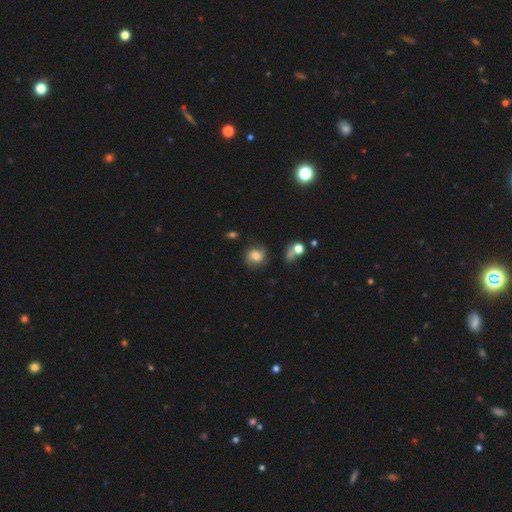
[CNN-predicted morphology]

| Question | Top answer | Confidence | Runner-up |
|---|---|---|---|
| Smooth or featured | featured or disk | 48% | smooth (41%) |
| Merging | none | 71% | minor disturbance (18%) |